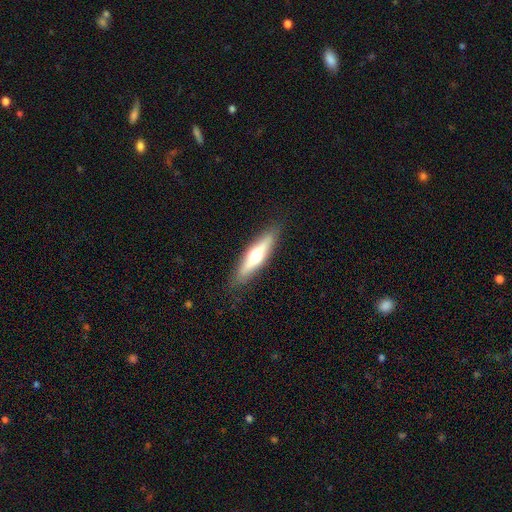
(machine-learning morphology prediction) smooth-or-featured: featured or disk: 50% | smooth: 45% | star or artifact: 6%
  merging: none: 87% | minor disturbance: 9% | major disturbance: 2% | merger: 1%